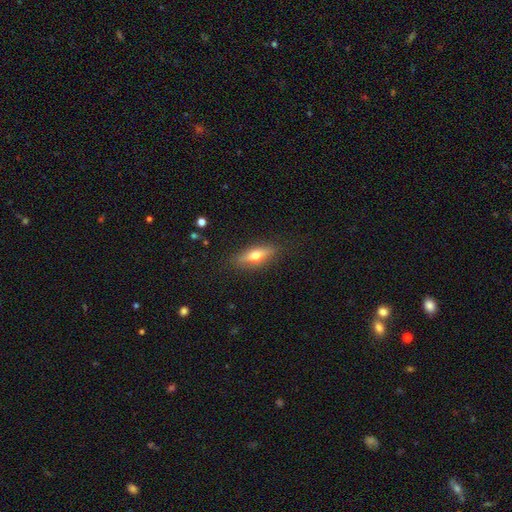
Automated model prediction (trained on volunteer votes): Overall: smooth (48%; featured or disk 44%). Merging: none (85%).